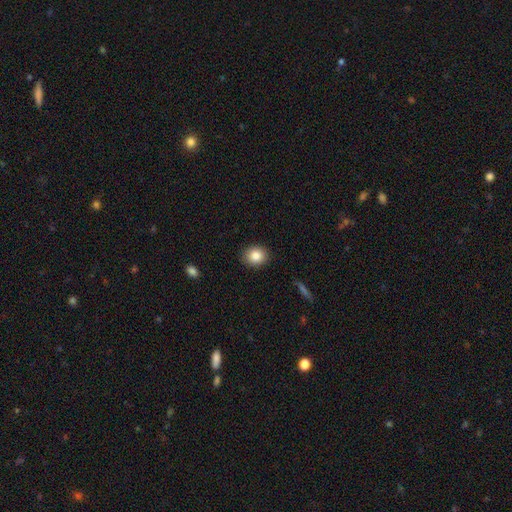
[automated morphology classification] A smooth galaxy with no disk features (85%) that is round (67%).

Vote fractions:
- Smooth or featured? smooth: 85% / star or artifact: 9% / featured or disk: 6%
- How rounded? round: 67% / in between: 32% / cigar-shaped: 1%
- Merging? none: 90% / minor disturbance: 7% / major disturbance: 2% / merger: 1%